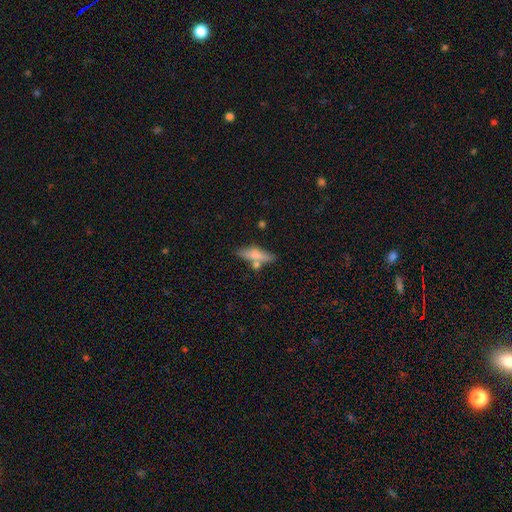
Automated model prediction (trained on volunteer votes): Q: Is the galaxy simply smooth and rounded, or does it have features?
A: smooth — 69%.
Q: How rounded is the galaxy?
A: cigar-shaped — 63%.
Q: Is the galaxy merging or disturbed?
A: none — 63%.